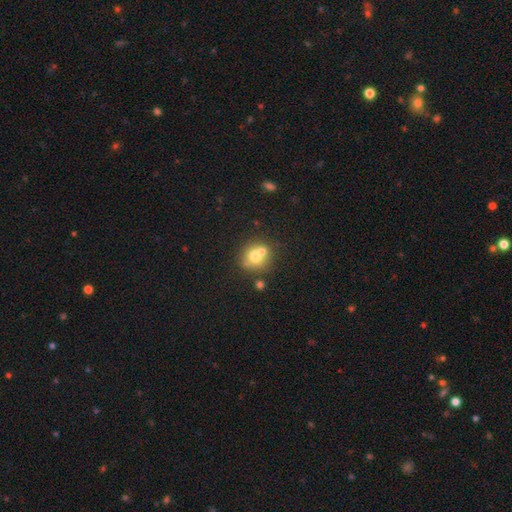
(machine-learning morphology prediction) Smooth or featured? Predicted: smooth (p=0.67). How rounded? Predicted: round (p=0.81). Merging? Predicted: none (p=0.47).